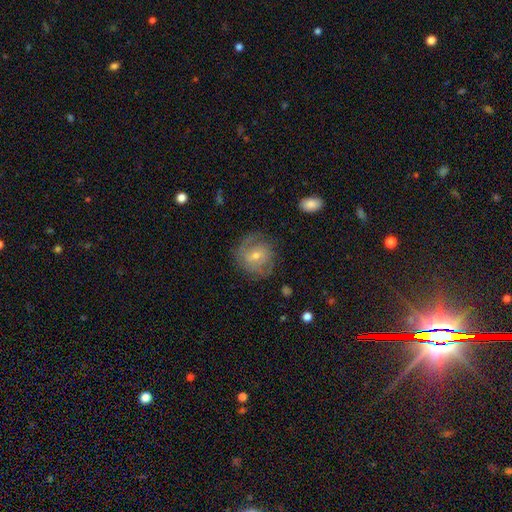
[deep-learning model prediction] smooth-or-featured: featured or disk: 70% | smooth: 21% | star or artifact: 9%
  disk-edge-on: no: 97% | yes: 3%
    bar: no: 48% | weak: 42% | strong: 10%
    has-spiral-arms: yes: 87% | no: 13%
      spiral-winding: tight: 52% | medium: 36% | loose: 12%
      spiral-arm-count: 2: 46% | can't tell: 32% | 3: 9% | 1: 6% | 4: 3% | more than 4: 3%
    bulge-size: small: 53% | moderate: 43% | large: 2% | none: 2% | dominant: 1%
  merging: none: 74% | minor disturbance: 16% | major disturbance: 9% | merger: 1%